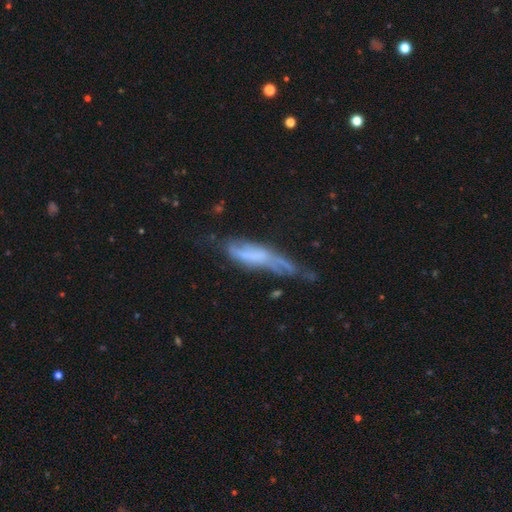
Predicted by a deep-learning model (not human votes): Q: Smooth or featured?
A: featured or disk (55%); runner-up: smooth (36%)
Q: Edge-on disk?
A: no (55%); runner-up: yes (45%)
Q: Merging?
A: none (36%); runner-up: minor disturbance (31%)